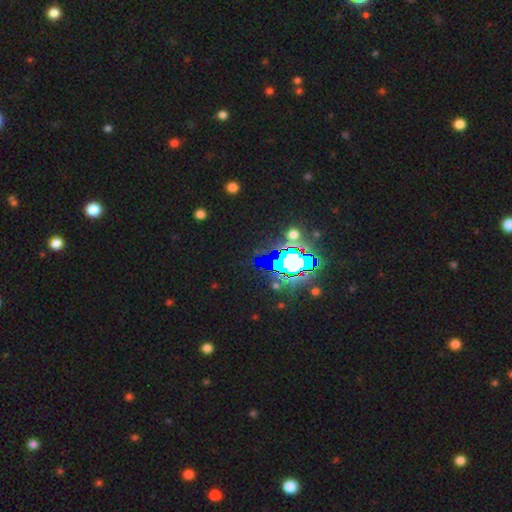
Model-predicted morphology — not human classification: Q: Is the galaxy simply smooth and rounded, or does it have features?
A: star or artifact — 84%.